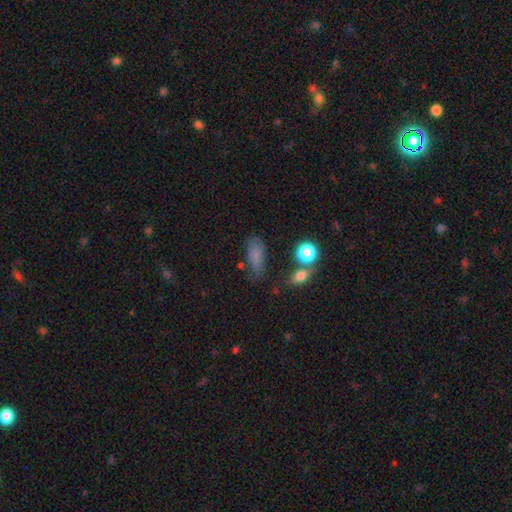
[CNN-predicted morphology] Smooth or featured?
  - smooth: 74% *
  - featured or disk: 13%
  - star or artifact: 13%
How rounded?
  - in between: 74% *
  - cigar-shaped: 19%
  - round: 7%
Merging?
  - none: 58% *
  - minor disturbance: 25%
  - major disturbance: 10%
  - merger: 7%